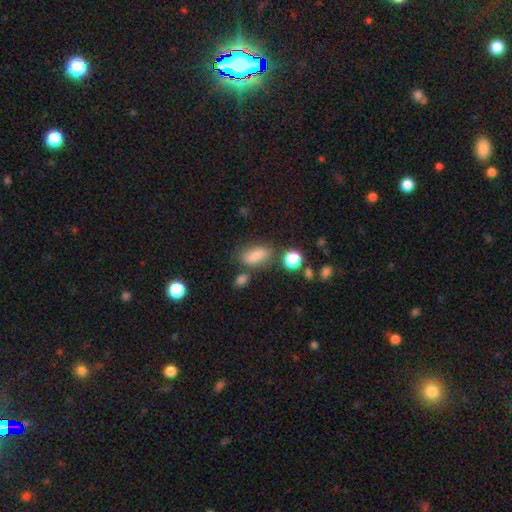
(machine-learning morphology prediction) Smooth or featured: smooth — 82% (star or artifact — 11%)
How rounded: in between — 82% (cigar-shaped — 10%)
Merging: none — 64% (minor disturbance — 19%)